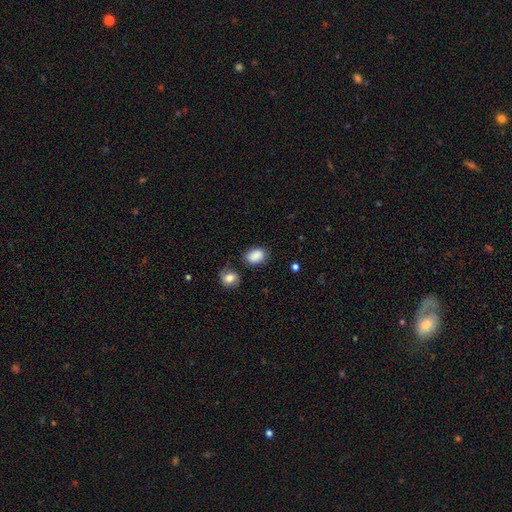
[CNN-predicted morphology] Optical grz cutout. It shows a smooth galaxy with no disk features (87%) that is in between round and cigar-shaped (75%). Merging: none (74%).